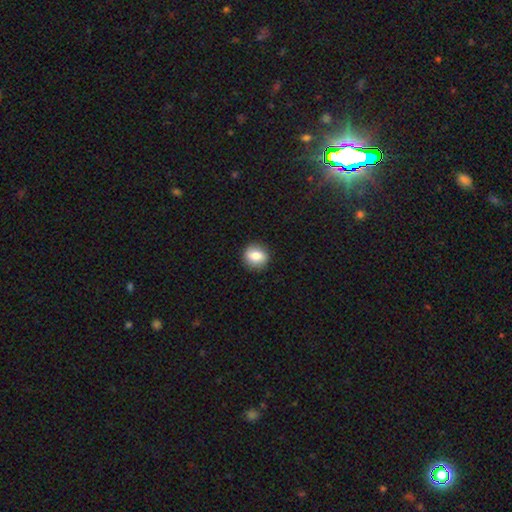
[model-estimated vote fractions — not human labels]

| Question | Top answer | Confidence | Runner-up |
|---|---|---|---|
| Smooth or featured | smooth | 80% | featured or disk (11%) |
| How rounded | round | 79% | in between (20%) |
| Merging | none | 89% | minor disturbance (8%) |